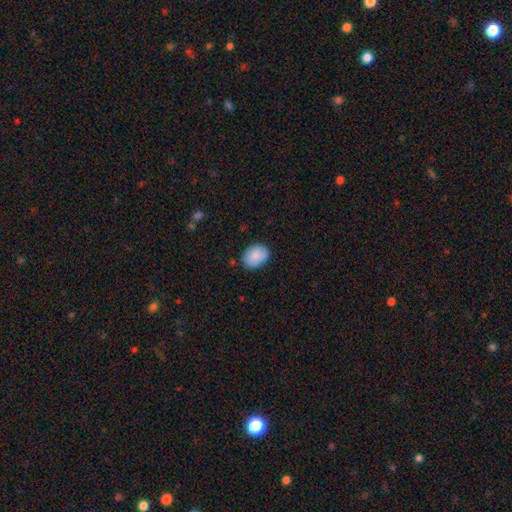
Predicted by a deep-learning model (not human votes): This is clearly a smooth galaxy (87%). How rounded: likely in between (72%). Merging: clearly none (84%).